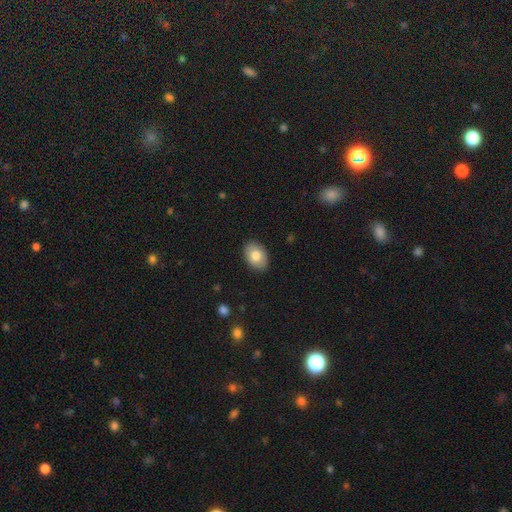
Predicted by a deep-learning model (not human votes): Smooth or featured?
  - smooth: 79% *
  - featured or disk: 15%
  - star or artifact: 7%
How rounded?
  - in between: 83% *
  - round: 16%
  - cigar-shaped: 1%
Merging?
  - none: 88% *
  - minor disturbance: 9%
  - major disturbance: 2%
  - merger: 1%